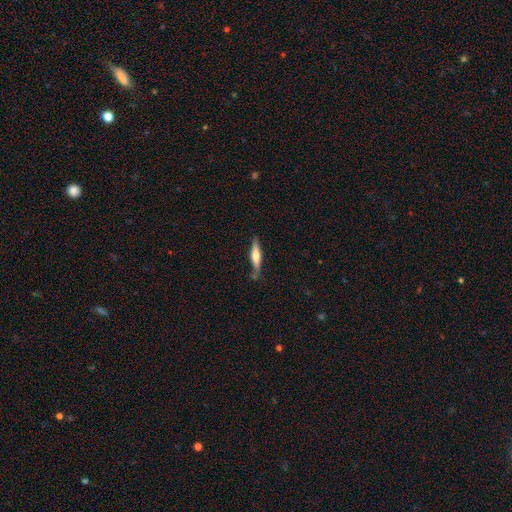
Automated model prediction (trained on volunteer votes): A smooth galaxy with no disk features (49%). Merging: none (70%).